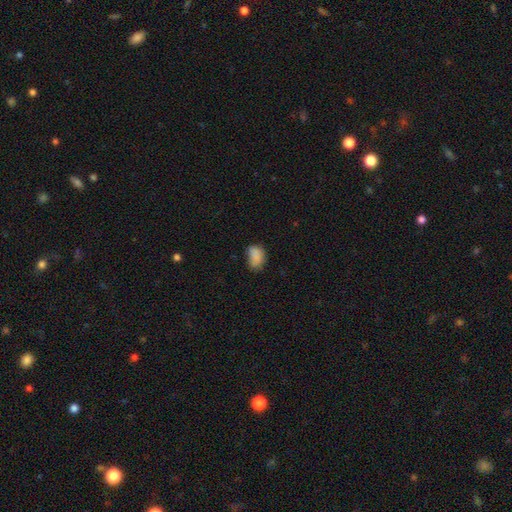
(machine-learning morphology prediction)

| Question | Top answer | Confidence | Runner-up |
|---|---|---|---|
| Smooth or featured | smooth | 84% | star or artifact (10%) |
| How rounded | in between | 84% | round (14%) |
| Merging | none | 55% | minor disturbance (33%) |